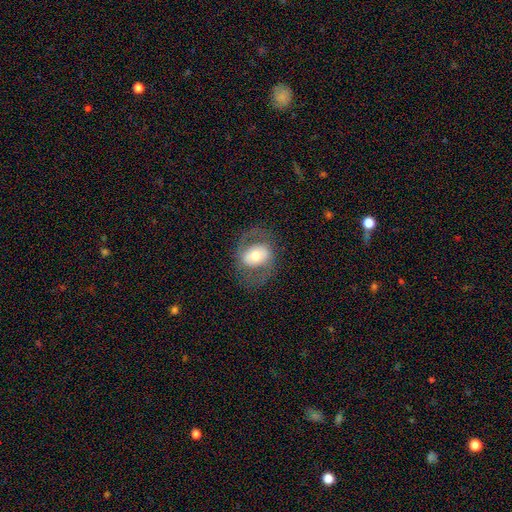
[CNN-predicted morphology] Overall: featured or disk (55%; smooth 37%). Edge-on disk: no (94%). Bar: no (57%; weak 26%). Spiral arms: yes (52%; no 48%). Bulge size: moderate (64%). Merging: none (71%).